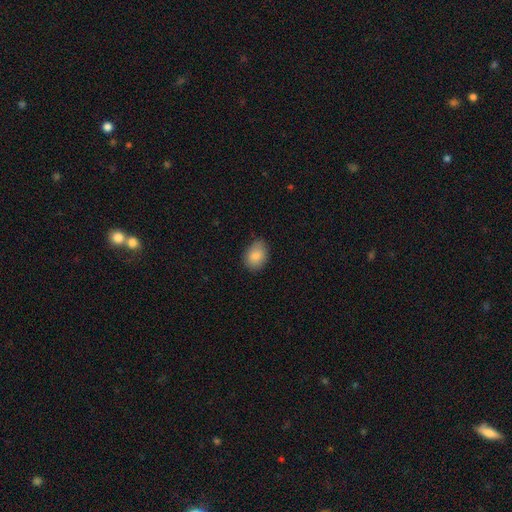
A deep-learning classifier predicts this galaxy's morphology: This appears to be a smooth galaxy with no disk features (84%) that is in between round and cigar-shaped (70%). Merging: none (78%).